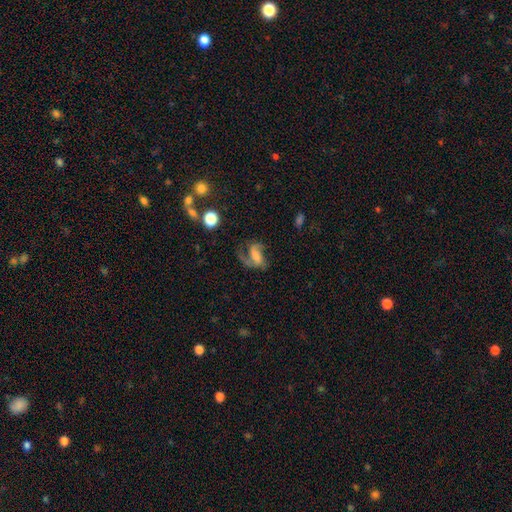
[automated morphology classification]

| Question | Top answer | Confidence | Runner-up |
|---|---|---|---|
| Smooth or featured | featured or disk | 67% | smooth (23%) |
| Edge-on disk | no | 96% | yes (4%) |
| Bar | weak | 40% | no (33%) |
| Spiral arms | yes | 87% | no (13%) |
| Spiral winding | loose | 48% | medium (40%) |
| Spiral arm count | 2 | 62% | 1 (28%) |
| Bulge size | small | 35% | moderate (31%) |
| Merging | none | 41% | major disturbance (36%) |